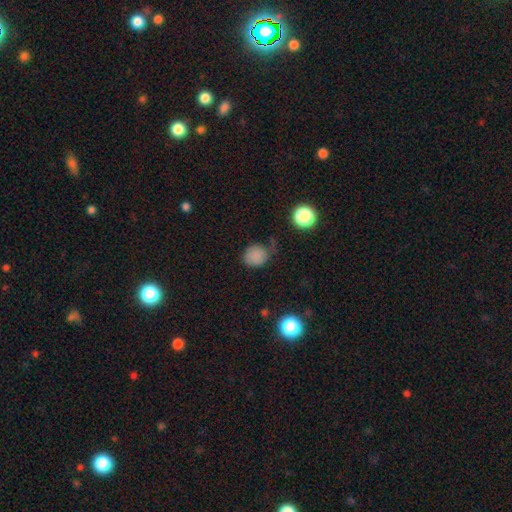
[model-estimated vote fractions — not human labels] Overall: smooth (80%). How rounded: round (74%). Merging: none (59%; minor disturbance 27%).